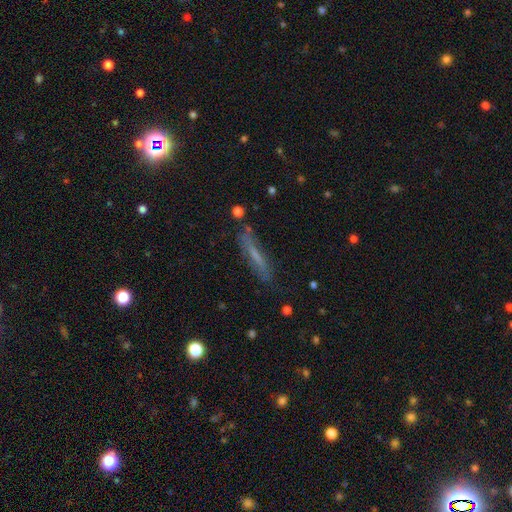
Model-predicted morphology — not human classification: The model was most divided on "smooth or featured": smooth: 48%, featured or disk: 41%, star or artifact: 11%. More confident: merging — none (74%).